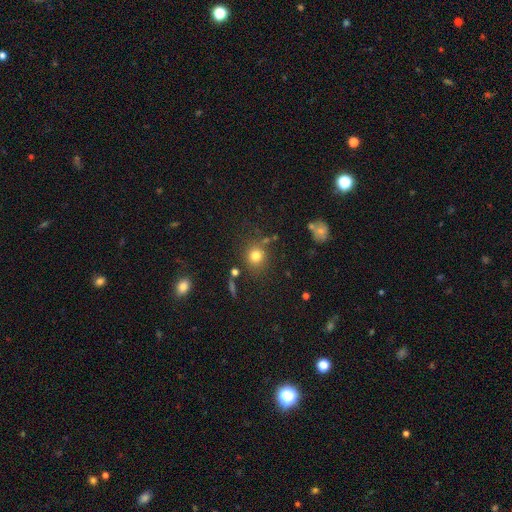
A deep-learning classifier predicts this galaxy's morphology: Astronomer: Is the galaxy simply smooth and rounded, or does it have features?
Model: smooth — 78%.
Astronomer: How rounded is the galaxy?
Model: round — 84%.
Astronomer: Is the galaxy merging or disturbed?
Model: none — 78%.